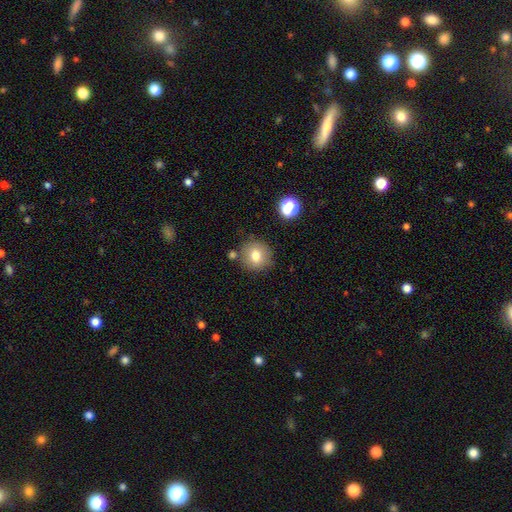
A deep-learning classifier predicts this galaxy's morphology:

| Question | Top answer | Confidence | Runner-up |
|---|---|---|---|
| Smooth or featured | smooth | 77% | featured or disk (12%) |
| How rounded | round | 88% | in between (11%) |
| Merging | none | 81% | minor disturbance (11%) |